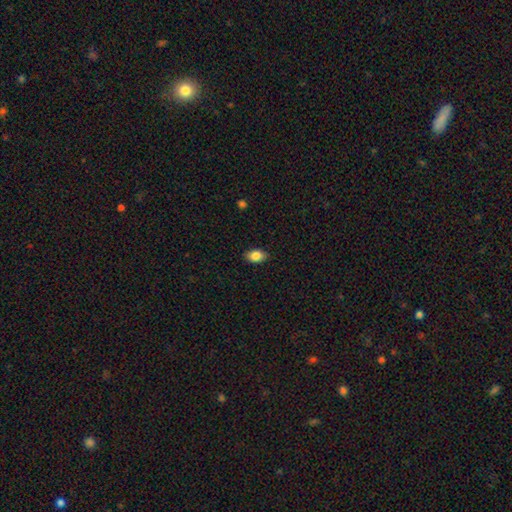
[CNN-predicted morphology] type=smooth (85%); roundness=in between (86%); merging=none (88%).